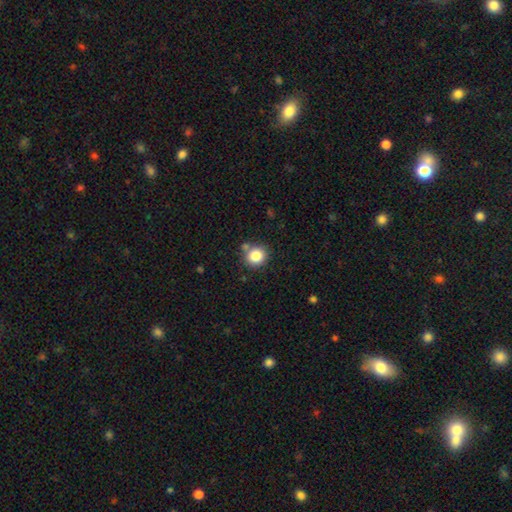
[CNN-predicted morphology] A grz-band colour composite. It shows a smooth galaxy with no disk features (83%) that is round (87%). Merging: none (77%).